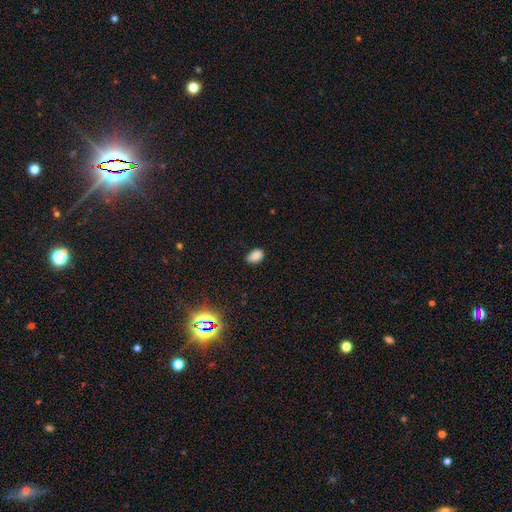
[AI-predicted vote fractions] Overall: smooth (85%). How rounded: in between (86%). Merging: none (74%).